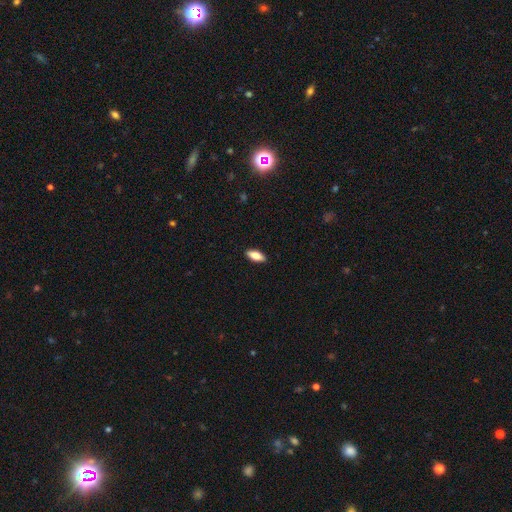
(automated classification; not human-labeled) smooth_or_featured: smooth (p=0.77) [alt: featured or disk p=0.17]
how_rounded: in between (p=0.80) [alt: cigar-shaped p=0.18]
merging: none (p=0.90) [alt: minor disturbance p=0.07]